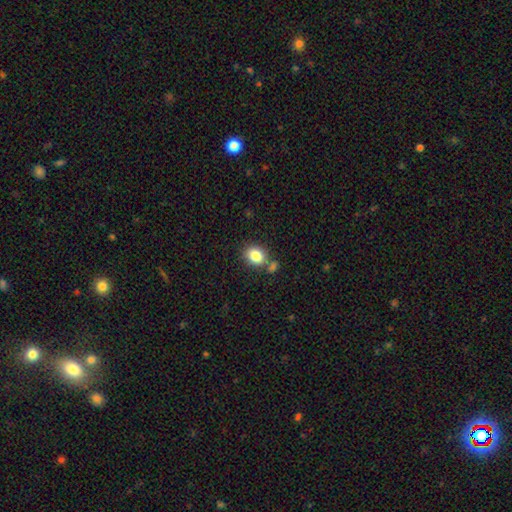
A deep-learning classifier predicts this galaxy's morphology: type=smooth (84%); roundness=in between (53%); merging=none (68%).